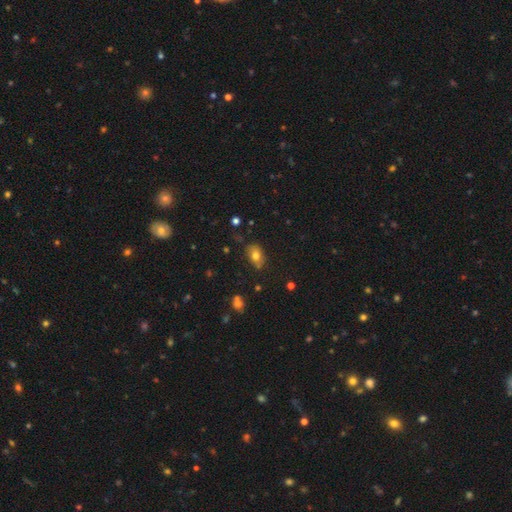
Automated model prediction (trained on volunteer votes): Morphology: type=smooth (76%); roundness=in between (72%); merging=none (72%).